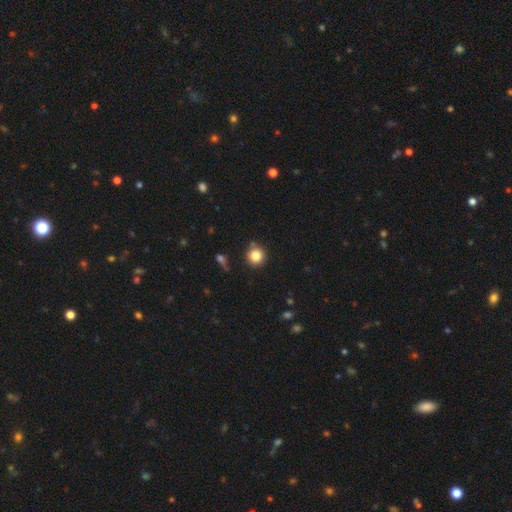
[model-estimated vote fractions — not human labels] Smooth or featured: smooth — 83% (star or artifact — 11%)
How rounded: round — 93% (in between — 6%)
Merging: none — 83% (minor disturbance — 10%)